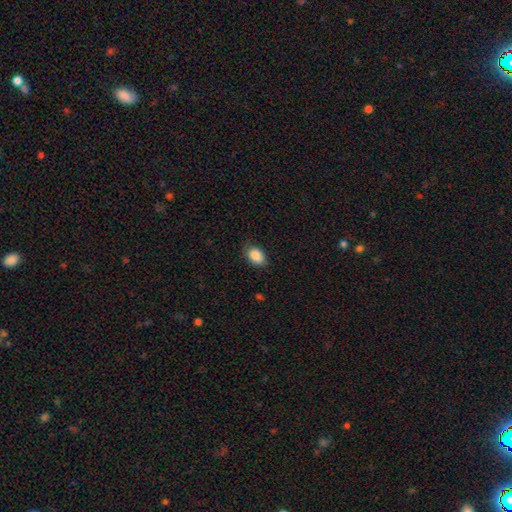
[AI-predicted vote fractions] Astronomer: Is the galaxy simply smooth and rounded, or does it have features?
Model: smooth — 88%.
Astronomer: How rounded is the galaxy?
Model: in between — 82%.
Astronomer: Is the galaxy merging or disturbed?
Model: none — 77%.